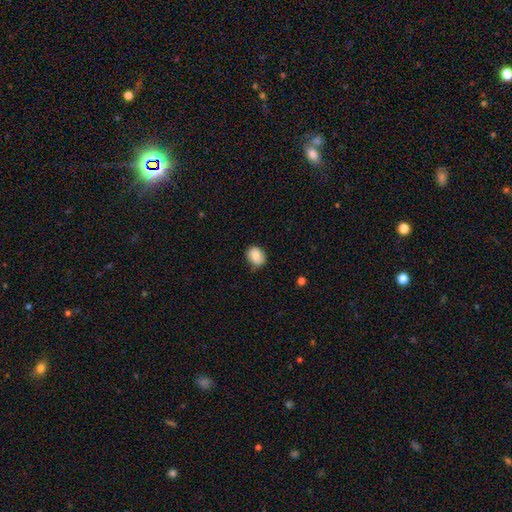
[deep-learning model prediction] Overall: smooth (83%). How rounded: round (51%; in between 48%). Merging: none (72%).